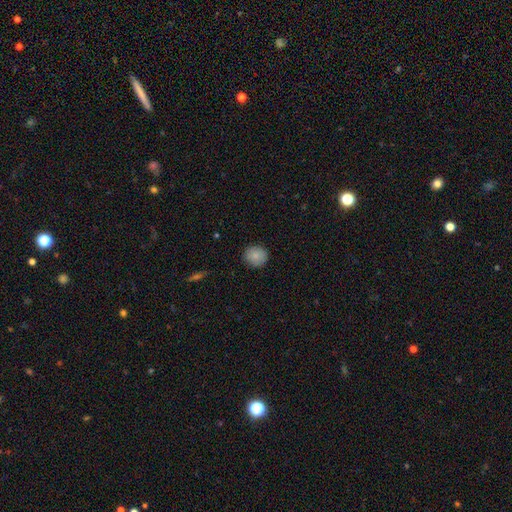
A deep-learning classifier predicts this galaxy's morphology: This is clearly a smooth galaxy (84%). How rounded: clearly round (86%). Merging: clearly none (88%).